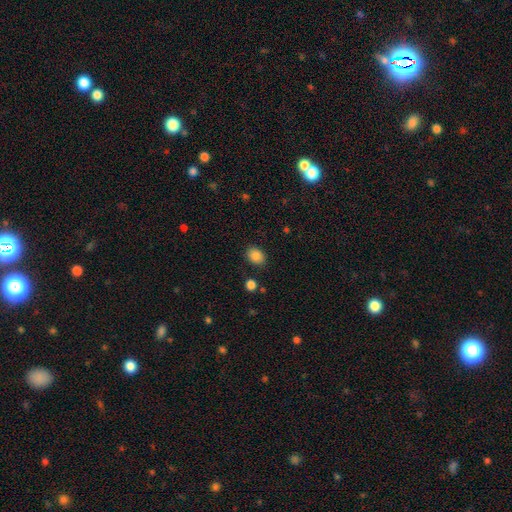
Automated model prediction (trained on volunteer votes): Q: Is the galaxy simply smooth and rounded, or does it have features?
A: smooth — 87%.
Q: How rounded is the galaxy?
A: in between — 64%.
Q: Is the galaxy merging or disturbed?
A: none — 85%.